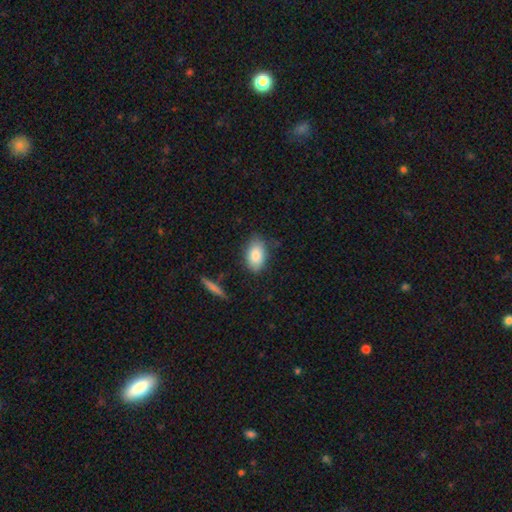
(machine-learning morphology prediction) smooth-or-featured: smooth: 84% | featured or disk: 9% | star or artifact: 7%
  how-rounded: in between: 91% | round: 7% | cigar-shaped: 2%
  merging: none: 78% | minor disturbance: 16% | major disturbance: 4% | merger: 2%